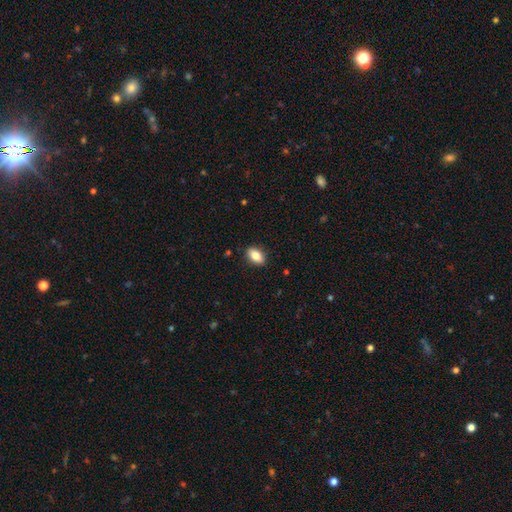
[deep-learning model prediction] This is clearly a smooth galaxy (82%). How rounded: clearly in between (89%). Merging: clearly none (88%).